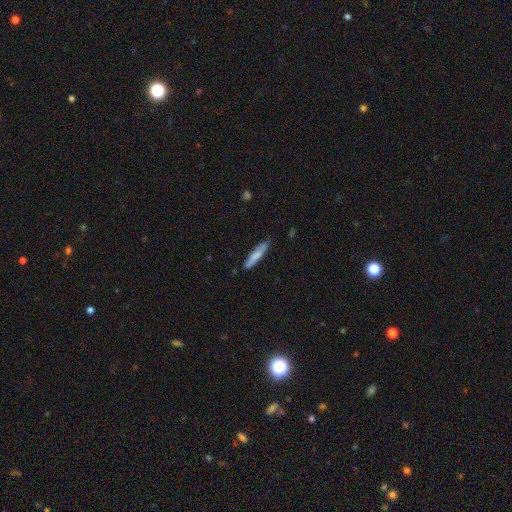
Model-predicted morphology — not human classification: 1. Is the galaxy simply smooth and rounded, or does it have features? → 76% smooth, 19% featured or disk, 5% star or artifact.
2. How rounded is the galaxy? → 90% cigar-shaped, 9% in between, 1% round.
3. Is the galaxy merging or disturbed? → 79% none, 17% minor disturbance, 2% major disturbance, 2% merger.